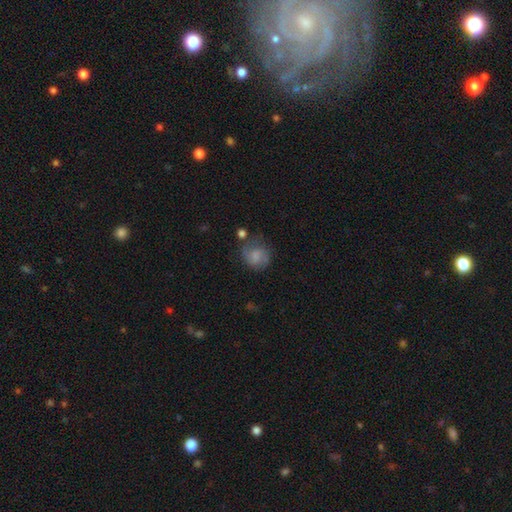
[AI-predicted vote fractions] Morphology: type=smooth (58%); roundness=round (75%); merging=none (54%).